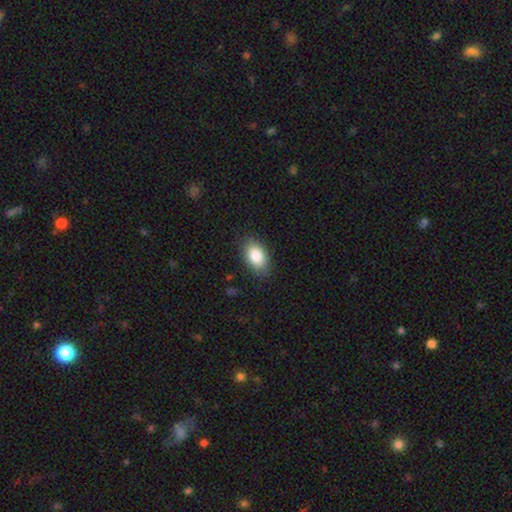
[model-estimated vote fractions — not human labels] Smooth or featured?
  - smooth: 86% *
  - featured or disk: 7%
  - star or artifact: 7%
How rounded?
  - in between: 93% *
  - round: 5%
  - cigar-shaped: 2%
Merging?
  - none: 85% *
  - minor disturbance: 12%
  - major disturbance: 3%
  - merger: 1%